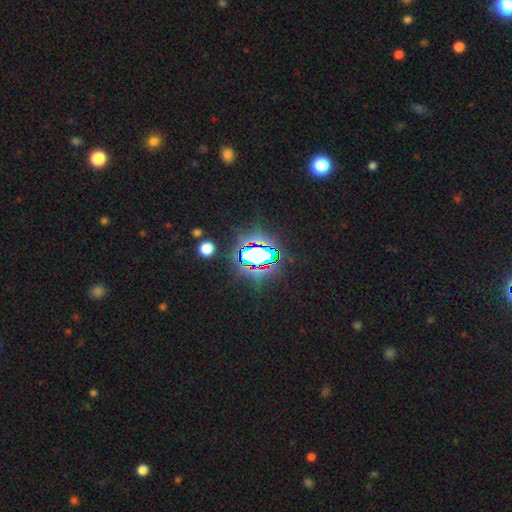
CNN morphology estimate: Smooth or featured? Predicted: star or artifact (p=0.72).